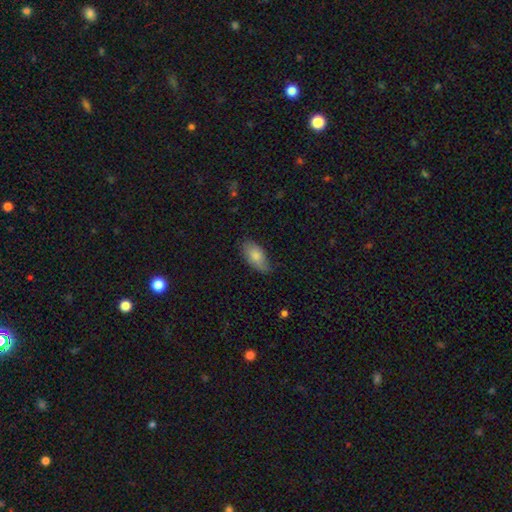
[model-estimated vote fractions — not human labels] Smooth or featured: smooth — 80% (featured or disk — 14%)
How rounded: in between — 91% (cigar-shaped — 6%)
Merging: none — 71% (minor disturbance — 24%)